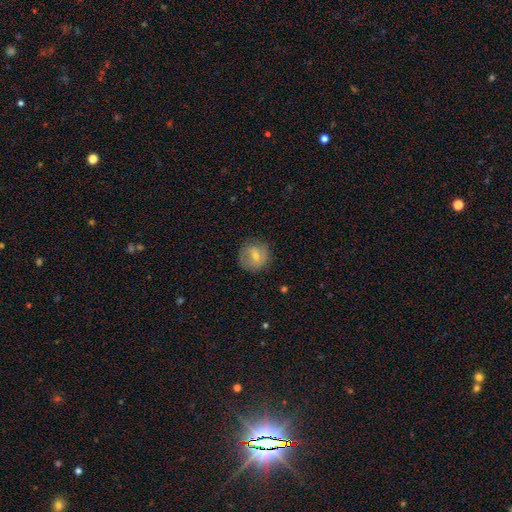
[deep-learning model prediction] This is possibly a smooth galaxy (50%). Merging: clearly none (81%).